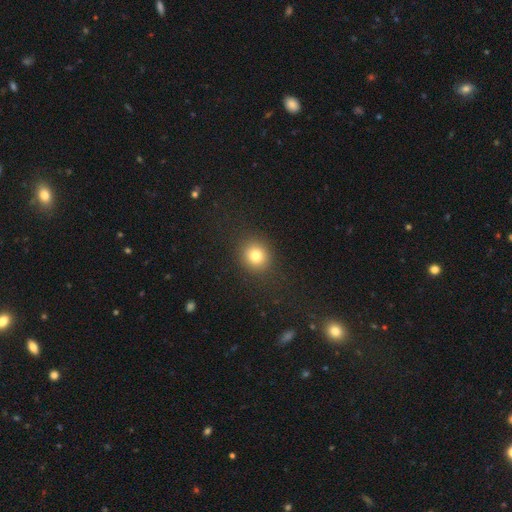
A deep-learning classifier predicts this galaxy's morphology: A smooth galaxy with no disk features (79%) that is round (85%). Merging: none (88%).